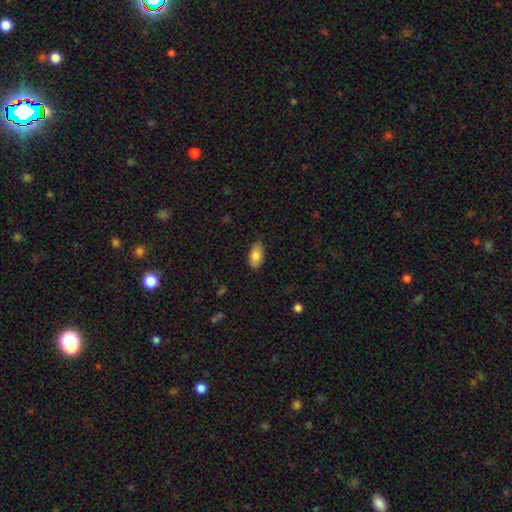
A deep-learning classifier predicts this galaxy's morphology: Overall: smooth (82%). How rounded: in between (92%). Merging: none (86%).